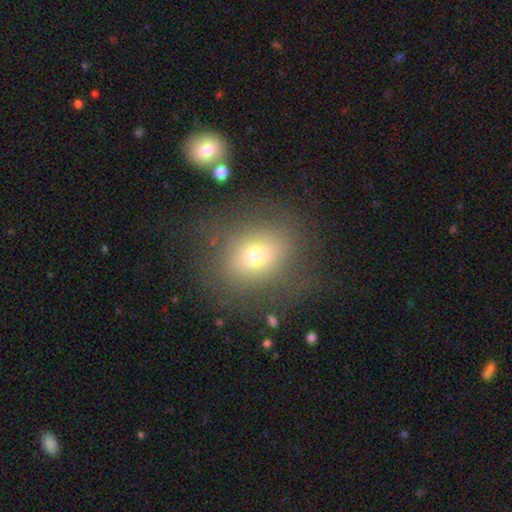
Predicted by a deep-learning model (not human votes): A smooth galaxy with no disk features (67%) that is round (64%).

Vote fractions:
- Smooth or featured? smooth: 67% / featured or disk: 18% / star or artifact: 15%
- How rounded? round: 64% / in between: 35% / cigar-shaped: 1%
- Merging? none: 73% / minor disturbance: 15% / major disturbance: 10% / merger: 3%